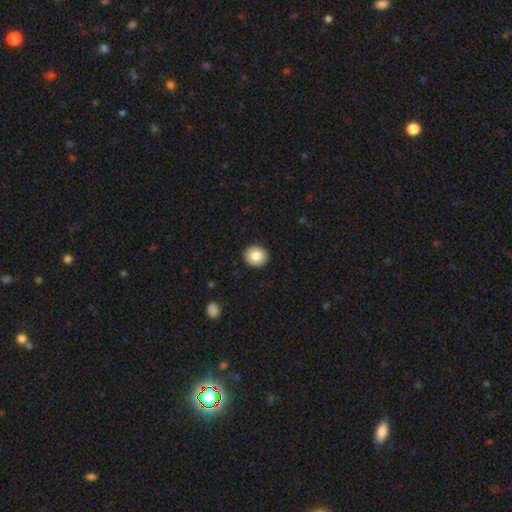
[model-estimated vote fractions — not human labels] smooth_or_featured: smooth (p=0.82) [alt: featured or disk p=0.10]
how_rounded: round (p=0.83) [alt: in between p=0.17]
merging: none (p=0.92) [alt: minor disturbance p=0.05]